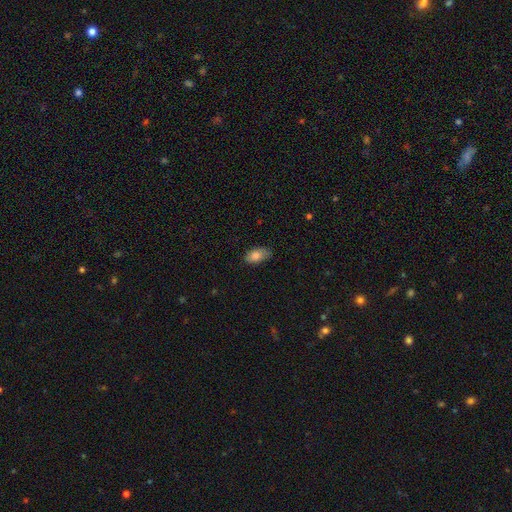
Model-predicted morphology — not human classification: smooth_or_featured: smooth (p=0.80) [alt: featured or disk p=0.13]
how_rounded: in between (p=0.91) [alt: round p=0.05]
merging: none (p=0.79) [alt: minor disturbance p=0.18]